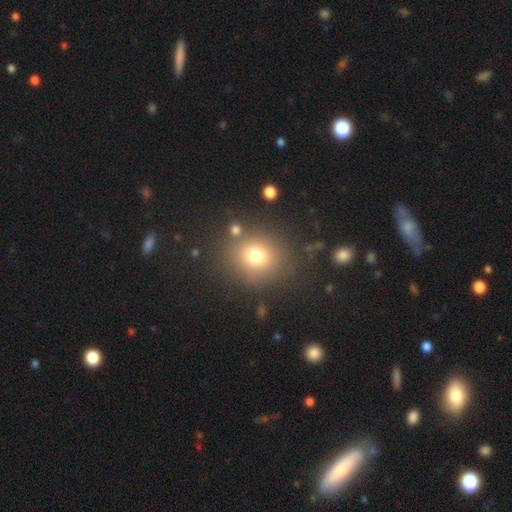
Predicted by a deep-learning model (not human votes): smooth 74%, star or artifact 16%, featured or disk 10%. Down the decision tree: how rounded — round (77%); merging — none (78%).